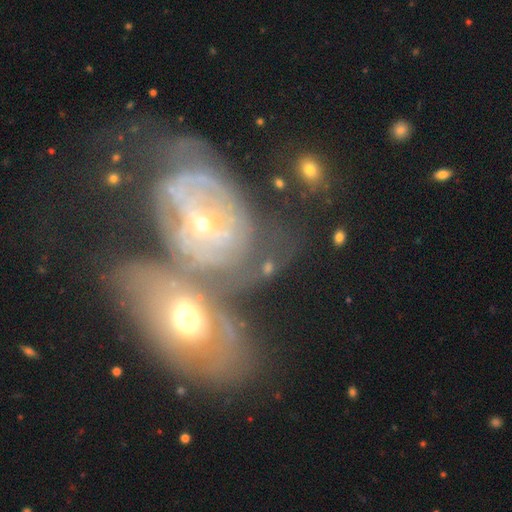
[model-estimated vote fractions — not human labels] Overall: featured or disk (73%). Edge-on disk: no (94%). Bar: no (66%). Spiral arms: yes (68%; no 32%). Bulge size: small (56%; moderate 37%). Merging: merger (55%; none 22%).